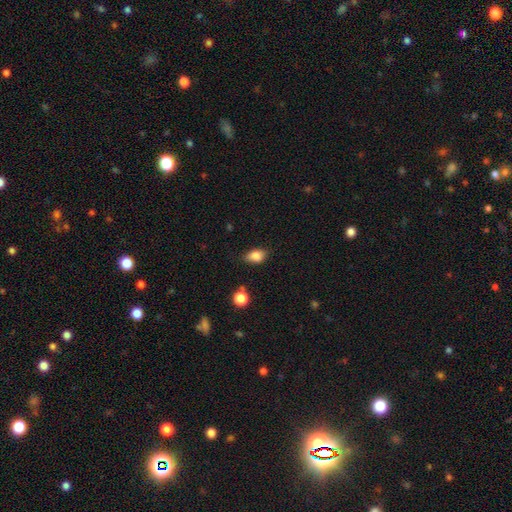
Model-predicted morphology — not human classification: Q: Smooth or featured?
A: smooth (85%); runner-up: star or artifact (9%)
Q: How rounded?
A: in between (82%); runner-up: round (16%)
Q: Merging?
A: none (71%); runner-up: minor disturbance (23%)